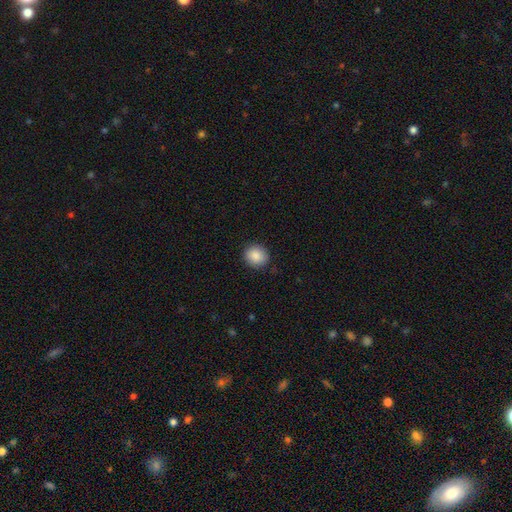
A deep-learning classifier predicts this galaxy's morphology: The model was most divided on "how rounded": round: 82%, in between: 18%, cigar-shaped: 1%. More confident: merging — none (89%); smooth or featured — smooth (88%).